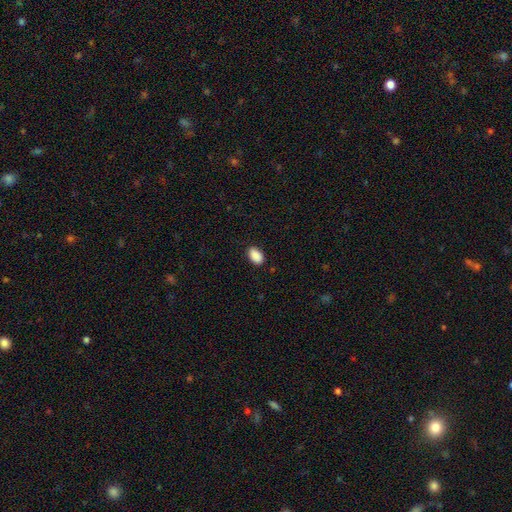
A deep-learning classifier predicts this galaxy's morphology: This appears to be a smooth galaxy with no disk features (90%) that is in between round and cigar-shaped (91%). Merging: none (87%).